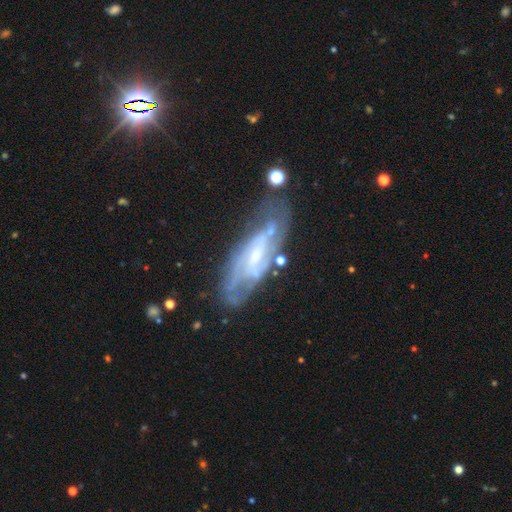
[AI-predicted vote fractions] Smooth or featured: featured or disk — 80% (smooth — 13%)
Edge-on disk: no — 84% (yes — 16%)
Bar: no — 44% (weak — 42%)
Spiral arms: yes — 88% (no — 12%)
Spiral winding: tight — 42% (tied with medium — 42%)
Spiral arm count: can't tell — 40% (2 — 37%)
Bulge size: small — 63% (moderate — 25%)
Merging: none — 65% (minor disturbance — 21%)